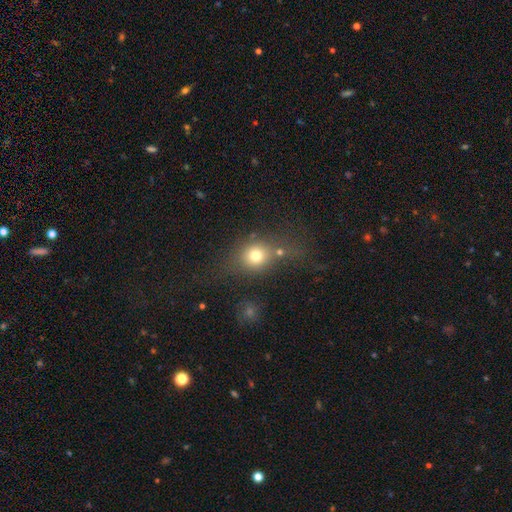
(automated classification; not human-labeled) Overall: smooth (73%). How rounded: round (65%; in between 32%). Merging: none (54%; minor disturbance 17%).